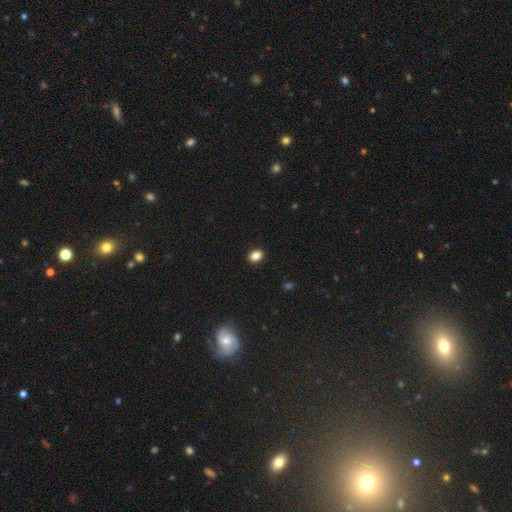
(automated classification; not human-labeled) Smooth or featured? Predicted: smooth (p=0.86). How rounded? Predicted: in between (p=0.70). Merging? Predicted: none (p=0.90).